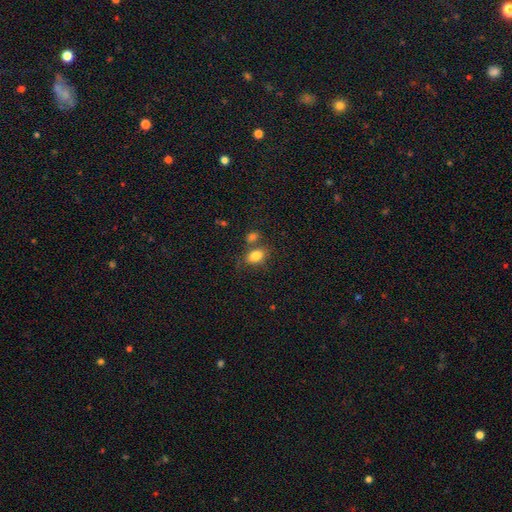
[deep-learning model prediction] A smooth galaxy with no disk features (82%) that is in between round and cigar-shaped (78%). Merging: none (59%).